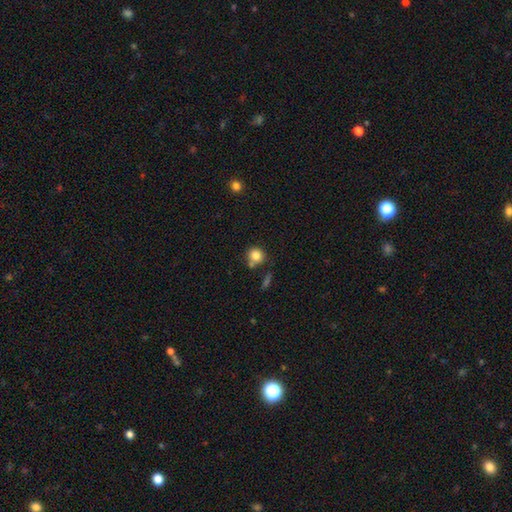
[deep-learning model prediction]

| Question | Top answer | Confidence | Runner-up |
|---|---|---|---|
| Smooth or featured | smooth | 82% | star or artifact (10%) |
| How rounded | round | 84% | in between (15%) |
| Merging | none | 66% | merger (17%) |